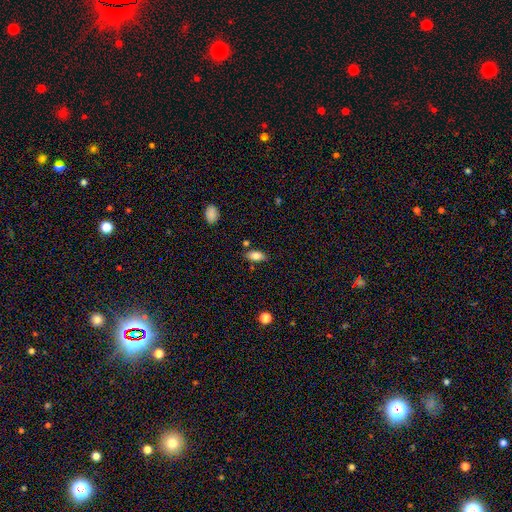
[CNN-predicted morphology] smooth_or_featured: smooth (p=0.81) [alt: featured or disk p=0.11]
how_rounded: in between (p=0.89) [alt: cigar-shaped p=0.07]
merging: none (p=0.76) [alt: minor disturbance p=0.16]